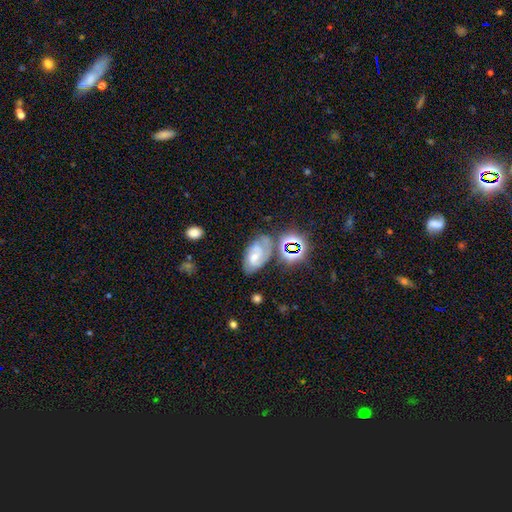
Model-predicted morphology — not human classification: The model was most divided on "bar": no: 46%, weak: 43%, strong: 11%. Remaining: edge-on disk — no (96%); spiral arms — yes (90%); smooth or featured — featured or disk (64%); spiral arm count — 2 (60%); merging — none (59%); bulge size — small (45%); spiral winding — medium (45%).